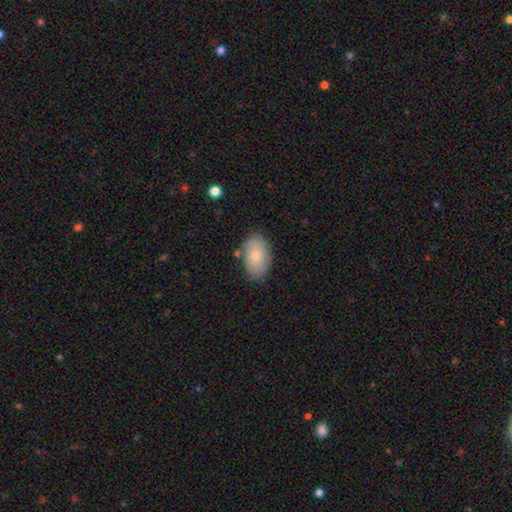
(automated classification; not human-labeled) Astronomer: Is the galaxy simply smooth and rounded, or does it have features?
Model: smooth — 77%.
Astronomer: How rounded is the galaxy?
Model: in between — 90%.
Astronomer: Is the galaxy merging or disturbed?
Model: none — 77%.